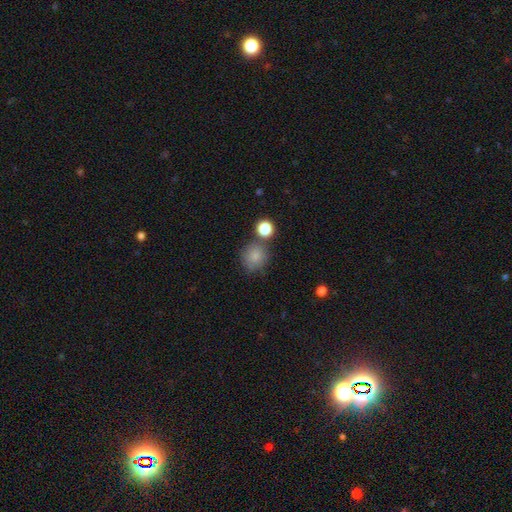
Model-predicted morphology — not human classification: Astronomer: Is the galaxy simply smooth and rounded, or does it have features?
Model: smooth — 82%.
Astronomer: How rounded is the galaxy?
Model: round — 85%.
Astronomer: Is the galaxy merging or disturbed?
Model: none — 68%.